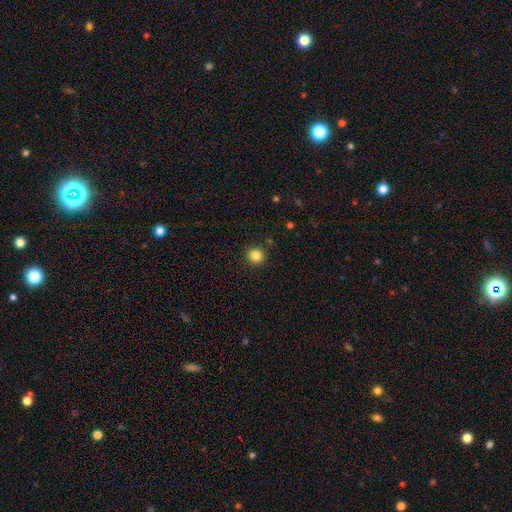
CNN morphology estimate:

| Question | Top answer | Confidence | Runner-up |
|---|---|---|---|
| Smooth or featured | smooth | 83% | star or artifact (12%) |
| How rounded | round | 94% | in between (5%) |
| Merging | none | 91% | minor disturbance (6%) |